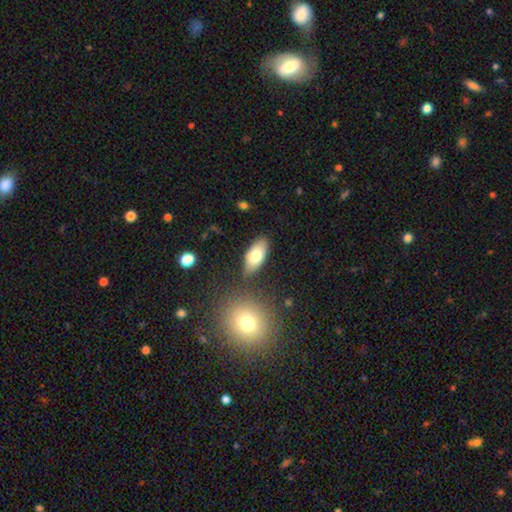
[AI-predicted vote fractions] This is likely a smooth galaxy (74%). How rounded: clearly in between (88%). Merging: clearly none (80%).